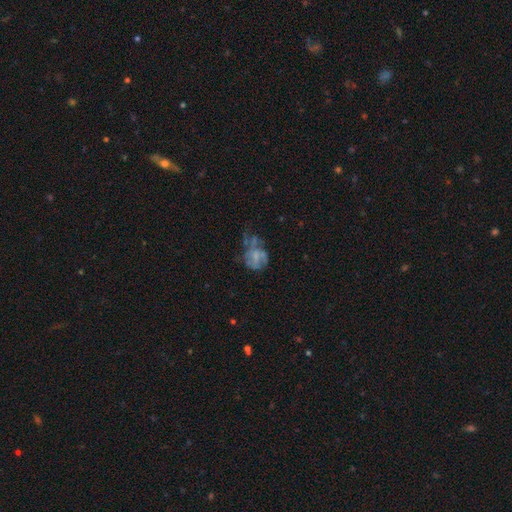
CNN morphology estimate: The model was most divided on "bulge size": none: 40%, small: 36%, moderate: 21%, large: 2%, dominant: 1%. Remaining: edge-on disk — no (98%); bar — no (76%); spiral arms — no (65%); smooth or featured — featured or disk (54%); merging — major disturbance (39%).